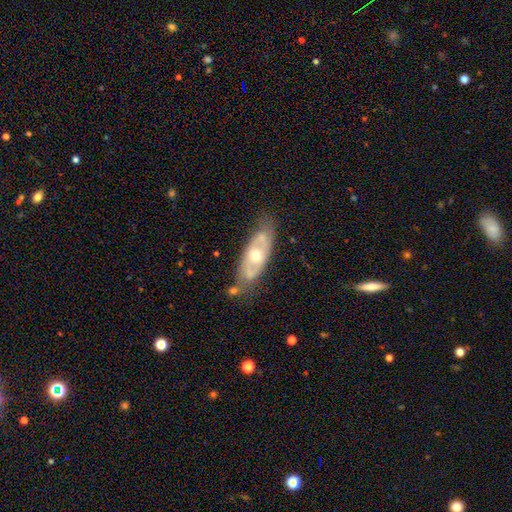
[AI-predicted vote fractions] smooth_or_featured: featured or disk (p=0.64) [alt: smooth p=0.31]
disk_edge_on: no (p=0.82) [alt: yes p=0.18]
bar: no (p=0.75) [alt: weak p=0.20]
has_spiral_arms: no (p=0.51) [alt: yes p=0.49]
bulge_size: moderate (p=0.69) [alt: small p=0.22]
merging: none (p=0.67) [alt: minor disturbance p=0.21]